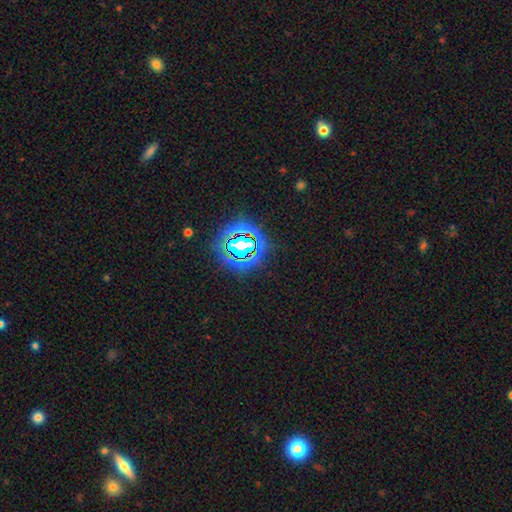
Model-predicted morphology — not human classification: This is clearly a star or artifact rather than a galaxy (81%).